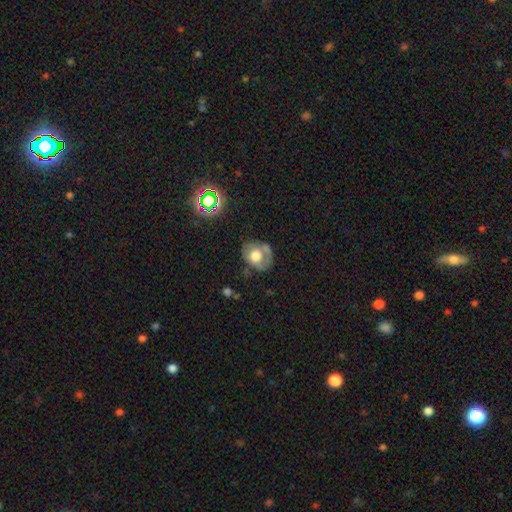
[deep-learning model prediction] Overall: smooth (54%; featured or disk 37%). How rounded: round (57%; in between 42%). Merging: none (58%; minor disturbance 26%).